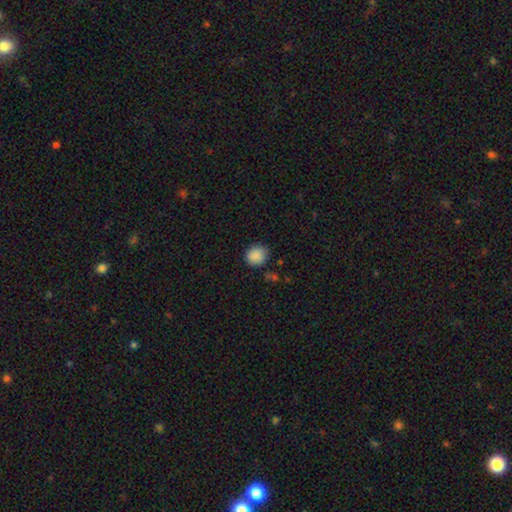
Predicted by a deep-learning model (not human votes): smooth-or-featured: smooth: 88% | star or artifact: 9% | featured or disk: 3%
  how-rounded: round: 79% | in between: 20% | cigar-shaped: 1%
  merging: none: 80% | minor disturbance: 15% | major disturbance: 3% | merger: 2%